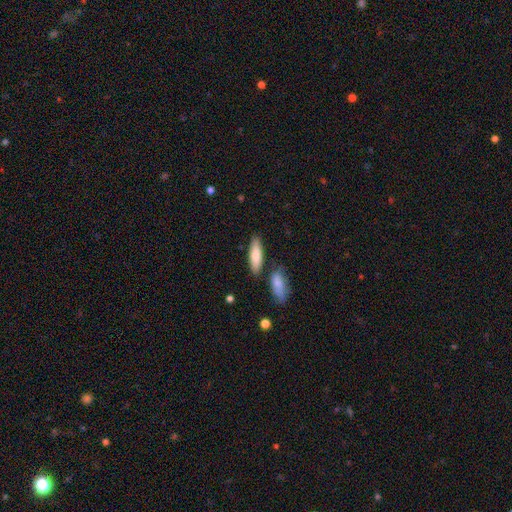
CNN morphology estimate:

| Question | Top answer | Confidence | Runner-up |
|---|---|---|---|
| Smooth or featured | smooth | 80% | featured or disk (14%) |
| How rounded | in between | 52% | cigar-shaped (46%) |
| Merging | none | 77% | minor disturbance (12%) |